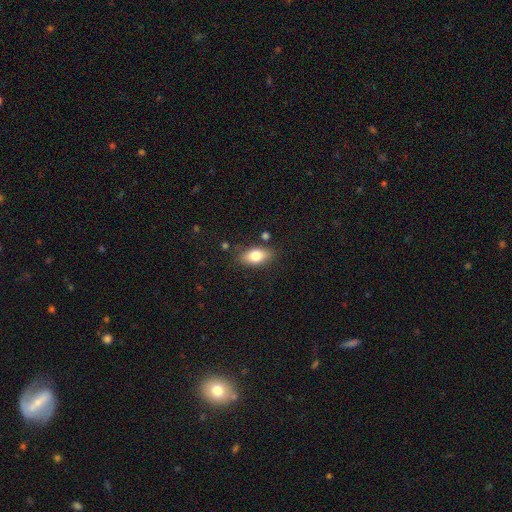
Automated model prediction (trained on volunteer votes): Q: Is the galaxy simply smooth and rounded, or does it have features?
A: smooth — 78%.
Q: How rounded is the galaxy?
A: in between — 88%.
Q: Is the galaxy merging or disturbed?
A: none — 81%.